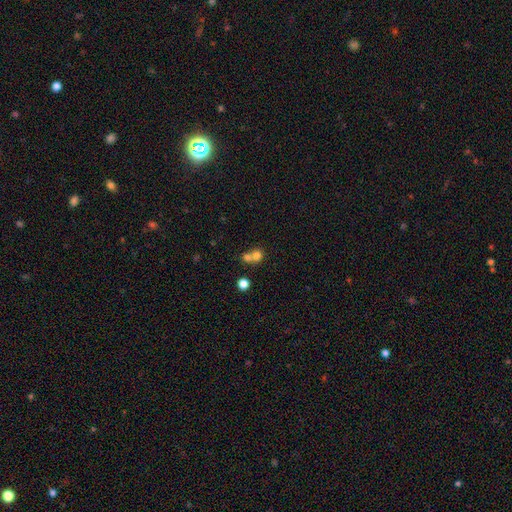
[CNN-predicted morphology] Smooth or featured: smooth — 74% (star or artifact — 13%)
How rounded: round — 83% (in between — 16%)
Merging: merger — 57% (none — 35%)